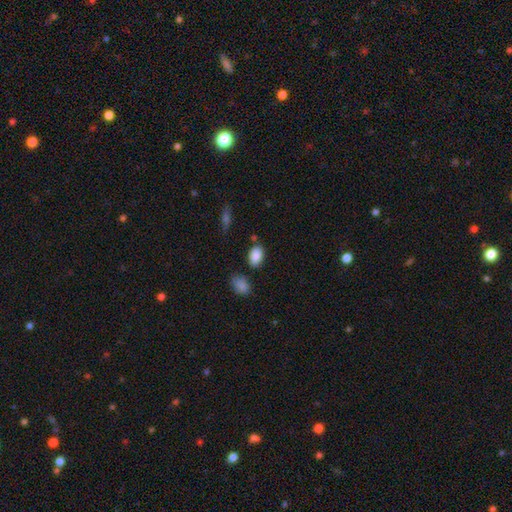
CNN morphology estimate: Smooth or featured? smooth (87%)
How rounded? in between (87%)
Merging? none (78%)